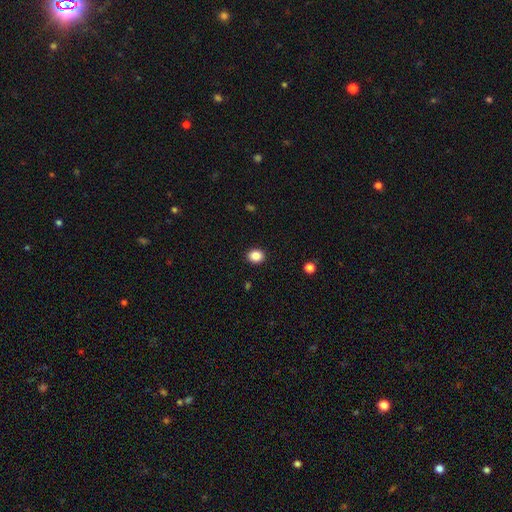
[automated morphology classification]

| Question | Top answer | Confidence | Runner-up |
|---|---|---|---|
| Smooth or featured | smooth | 86% | star or artifact (10%) |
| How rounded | round | 61% | in between (39%) |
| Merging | none | 92% | minor disturbance (6%) |